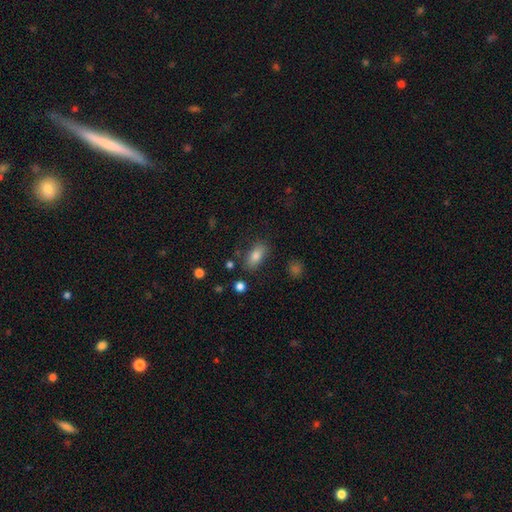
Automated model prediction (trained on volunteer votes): Smooth or featured: smooth — 82% (featured or disk — 9%)
How rounded: in between — 87% (cigar-shaped — 7%)
Merging: none — 80% (minor disturbance — 13%)